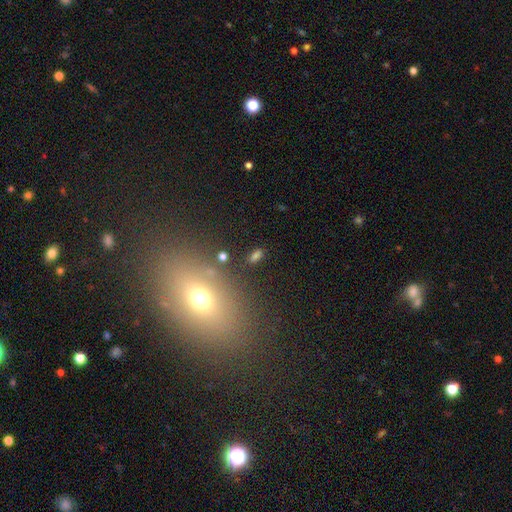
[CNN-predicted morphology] smooth-or-featured: smooth: 73% | star or artifact: 18% | featured or disk: 9%
  how-rounded: in between: 81% | round: 10% | cigar-shaped: 9%
  merging: none: 80% | minor disturbance: 11% | merger: 5% | major disturbance: 5%